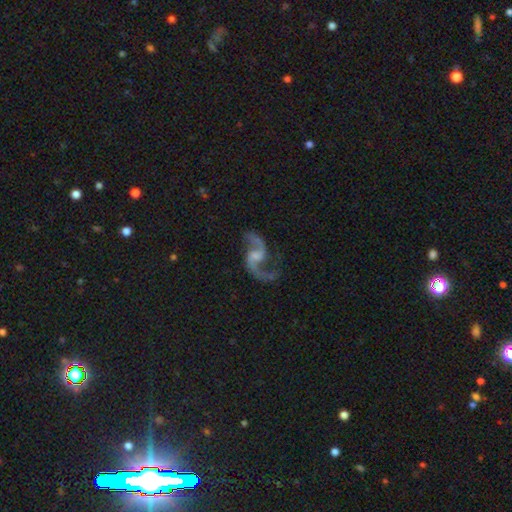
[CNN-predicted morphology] This is clearly a featured or disk galaxy (92%). It is clearly not viewed edge-on (98%). Bar: possibly weak (46%). Spiral arm pattern: clearly yes (98%). Spiral arm count: clearly 2 (93%). Spiral winding: likely loose (69%). Central bulge: marginally small (44%). Merging: likely none (74%).